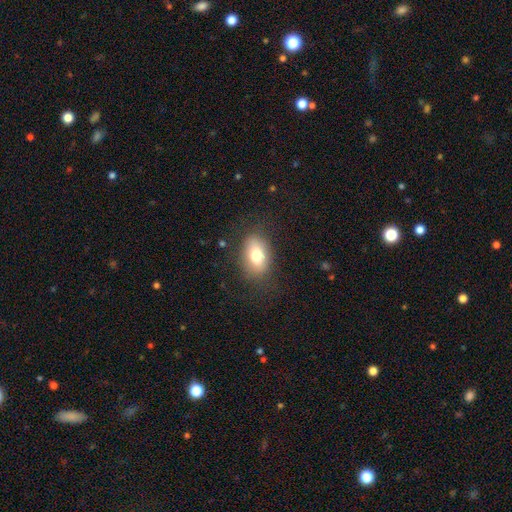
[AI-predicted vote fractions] Smooth or featured?
  - smooth: 76% *
  - featured or disk: 15%
  - star or artifact: 9%
How rounded?
  - in between: 83% *
  - round: 16%
  - cigar-shaped: 2%
Merging?
  - none: 81% *
  - minor disturbance: 13%
  - major disturbance: 5%
  - merger: 1%